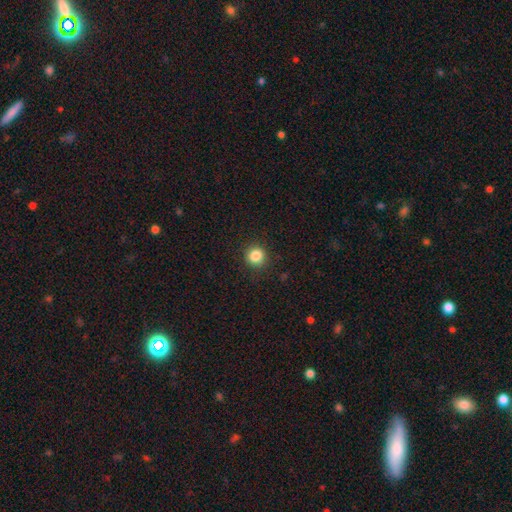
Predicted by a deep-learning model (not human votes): Smooth or featured?
  - smooth: 85% *
  - star or artifact: 11%
  - featured or disk: 4%
How rounded?
  - round: 91% *
  - in between: 8%
  - cigar-shaped: 1%
Merging?
  - none: 90% *
  - minor disturbance: 6%
  - major disturbance: 2%
  - merger: 1%